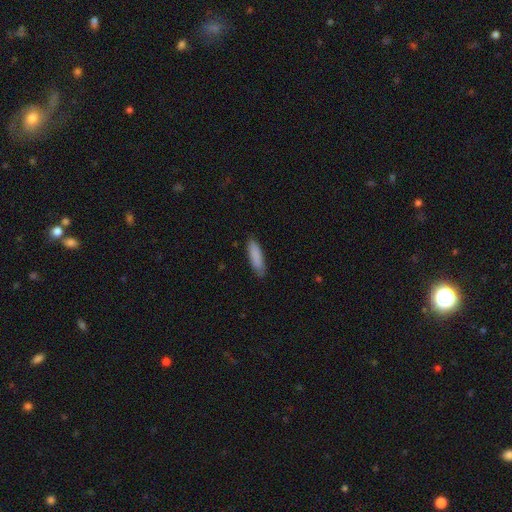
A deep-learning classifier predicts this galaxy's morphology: smooth_or_featured: smooth (p=0.87) [alt: featured or disk p=0.07]
how_rounded: cigar-shaped (p=0.64) [alt: in between p=0.34]
merging: none (p=0.84) [alt: minor disturbance p=0.12]